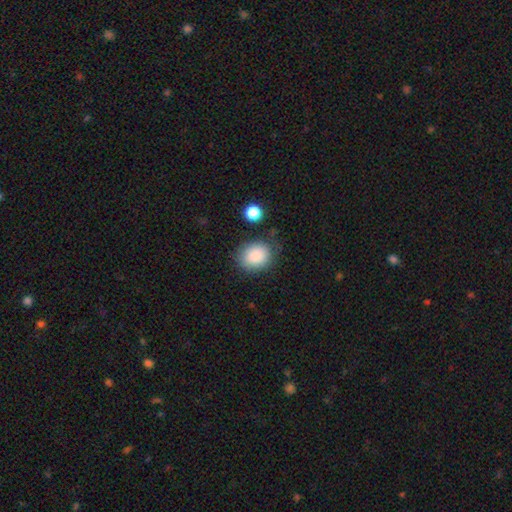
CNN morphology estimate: smooth 88%, star or artifact 8%, featured or disk 5%. Down the decision tree: how rounded — round (57%); merging — none (76%).